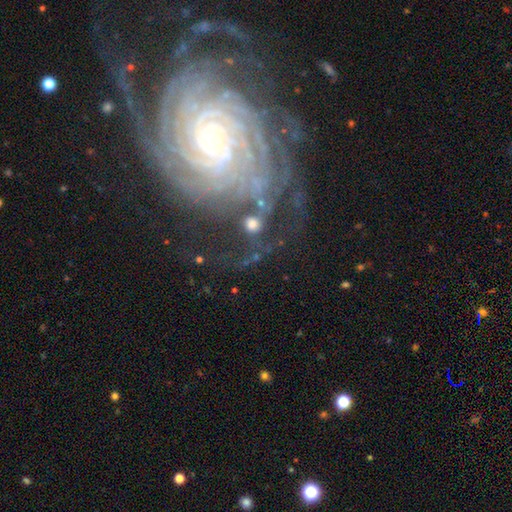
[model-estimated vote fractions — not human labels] smooth-or-featured: featured or disk: 71% | star or artifact: 16% | smooth: 14%
  disk-edge-on: no: 95% | yes: 5%
    bar: no: 56% | weak: 28% | strong: 16%
    has-spiral-arms: yes: 92% | no: 8%
      spiral-winding: tight: 63% | medium: 27% | loose: 9%
      spiral-arm-count: can't tell: 30% | 2: 18% | 3: 16% | more than 4: 13% | 4: 13% | 1: 10%
    bulge-size: small: 57% | moderate: 29% | none: 6% | large: 6% | dominant: 3%
  merging: none: 62% | minor disturbance: 15% | major disturbance: 15% | merger: 7%